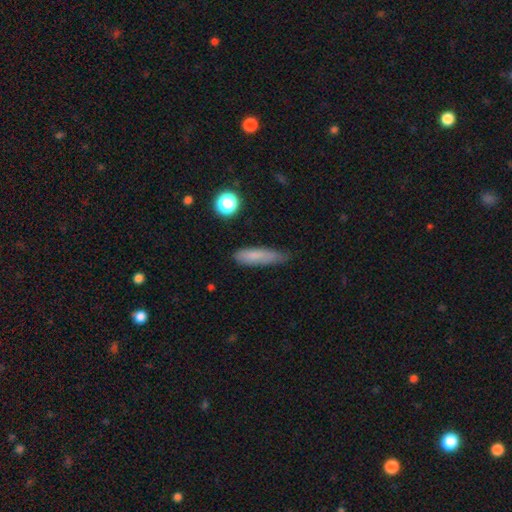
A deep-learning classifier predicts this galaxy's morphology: Smooth or featured?
  - smooth: 77% *
  - featured or disk: 14%
  - star or artifact: 9%
How rounded?
  - cigar-shaped: 68% *
  - in between: 29%
  - round: 3%
Merging?
  - none: 58% *
  - minor disturbance: 33%
  - major disturbance: 7%
  - merger: 2%